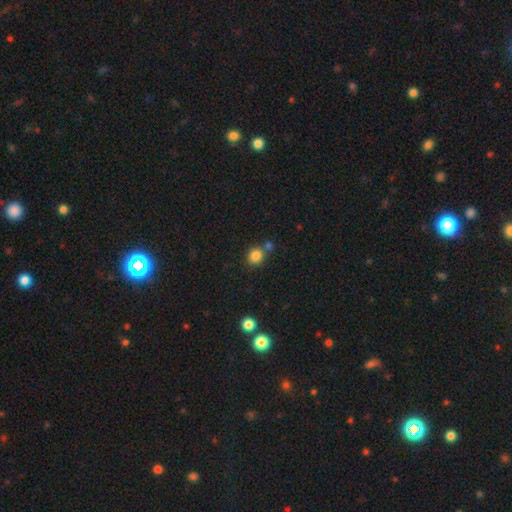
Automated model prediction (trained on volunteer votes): Overall: smooth (84%). How rounded: round (79%). Merging: none (63%).